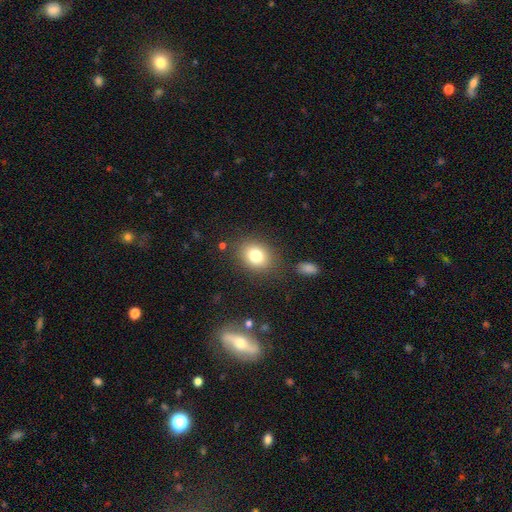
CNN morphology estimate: smooth-or-featured: smooth: 79% | star or artifact: 11% | featured or disk: 10%
  how-rounded: round: 54% | in between: 45% | cigar-shaped: 1%
  merging: none: 82% | minor disturbance: 11% | major disturbance: 4% | merger: 3%